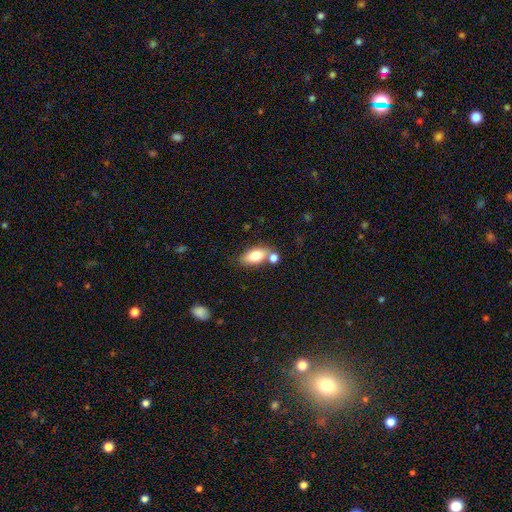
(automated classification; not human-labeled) Overall: smooth (78%). How rounded: in between (85%). Merging: none (57%; merger 24%).